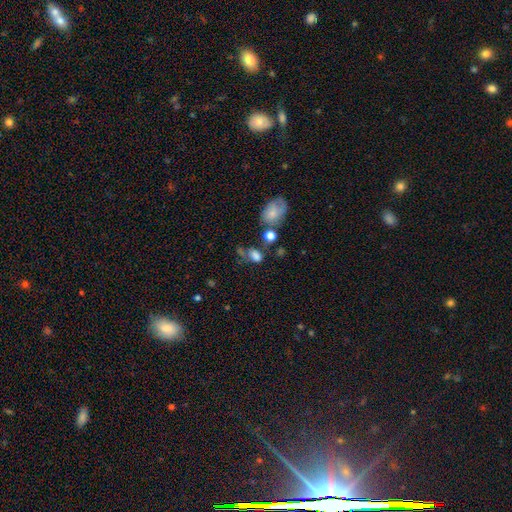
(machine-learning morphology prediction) Smooth or featured?
  - smooth: 72% *
  - star or artifact: 14%
  - featured or disk: 14%
How rounded?
  - in between: 75% *
  - round: 22%
  - cigar-shaped: 3%
Merging?
  - none: 33% *
  - merger: 23%
  - major disturbance: 22%
  - minor disturbance: 22%